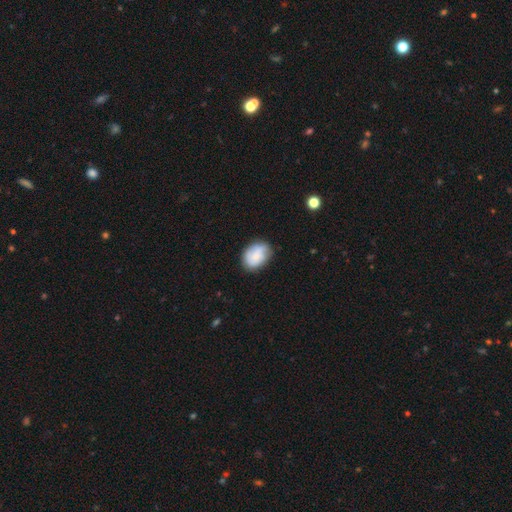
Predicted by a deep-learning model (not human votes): The model was most divided on "how rounded": in between: 69%, round: 30%, cigar-shaped: 1%. More confident: merging — none (72%); smooth or featured — smooth (69%).